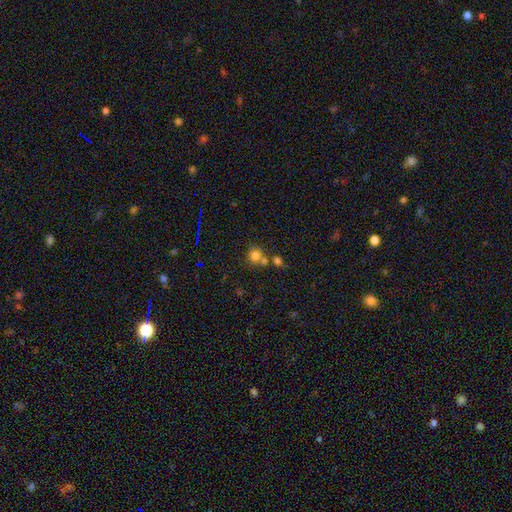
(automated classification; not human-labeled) smooth_or_featured: smooth (p=0.76) [alt: star or artifact p=0.16]
how_rounded: round (p=0.87) [alt: in between p=0.12]
merging: none (p=0.56) [alt: merger p=0.33]